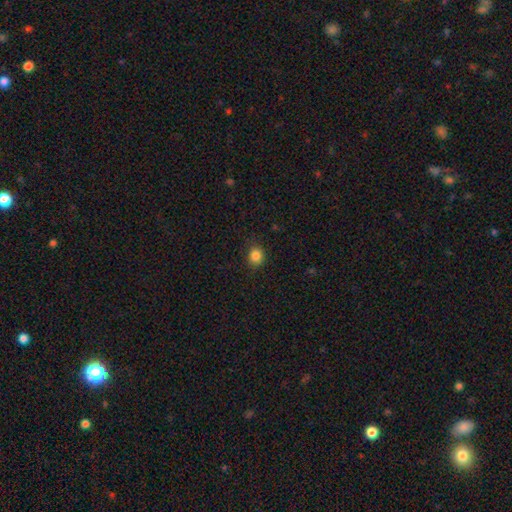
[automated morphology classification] smooth 85%, star or artifact 11%, featured or disk 4%. Down the decision tree: how rounded — round (73%); merging — none (86%).